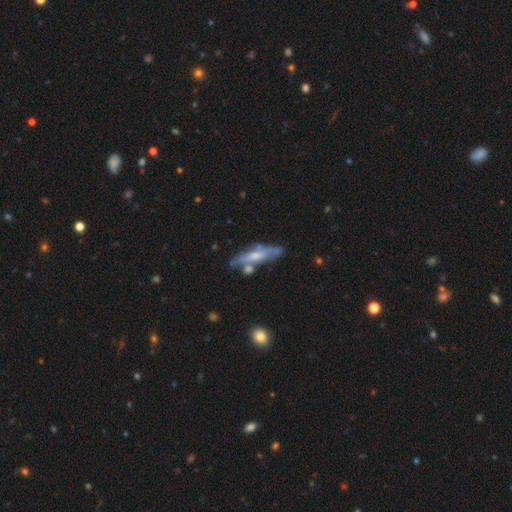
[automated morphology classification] Overall: featured or disk (58%; smooth 35%). Edge-on disk: yes (60%; no 40%). Merging: none (55%; minor disturbance 22%).